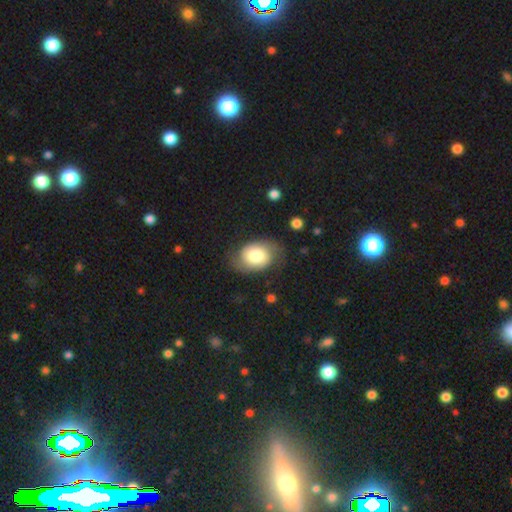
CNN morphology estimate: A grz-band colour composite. It shows a smooth galaxy with no disk features (62%) that is in between round and cigar-shaped (74%). Merging: none (66%).